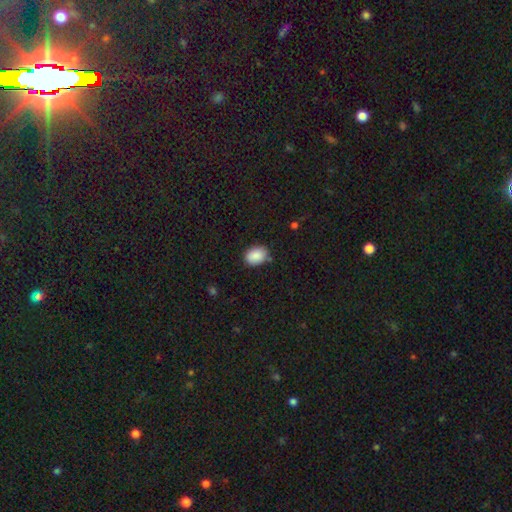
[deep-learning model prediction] smooth_or_featured: smooth (p=0.88) [alt: star or artifact p=0.08]
how_rounded: in between (p=0.77) [alt: round p=0.22]
merging: none (p=0.78) [alt: minor disturbance p=0.17]